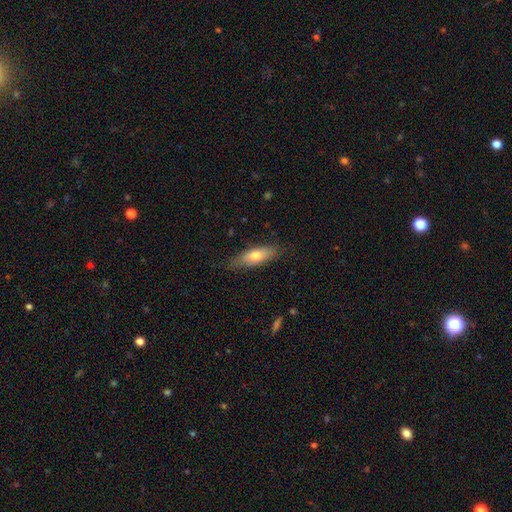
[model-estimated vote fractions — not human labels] This appears to be a smooth galaxy with no disk features (68%) that is in between round and cigar-shaped (61%). Merging: none (79%).